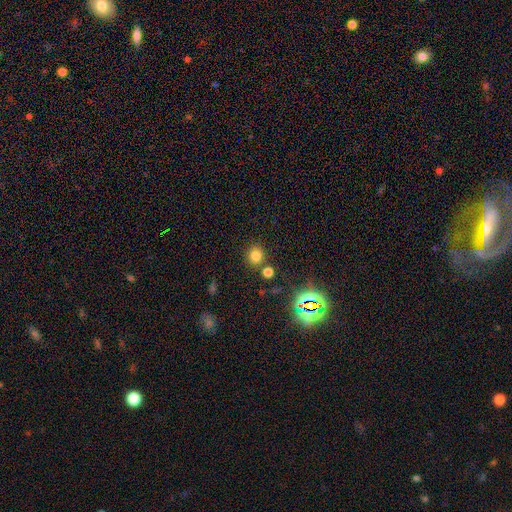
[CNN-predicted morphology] type=smooth (76%); roundness=round (85%); merging=none (78%).